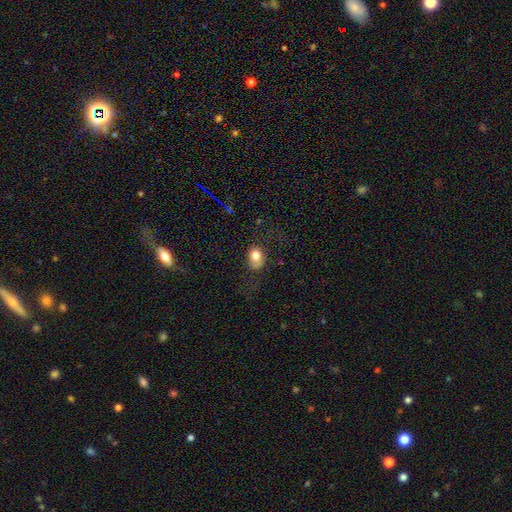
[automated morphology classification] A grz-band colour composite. It shows a smooth galaxy with no disk features (77%) that is in between round and cigar-shaped (60%). Merging: none (61%).